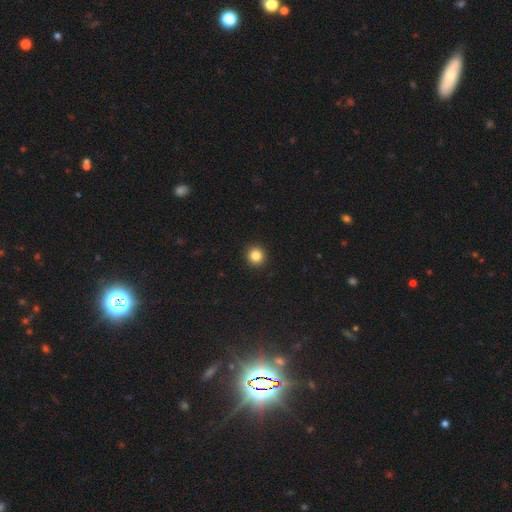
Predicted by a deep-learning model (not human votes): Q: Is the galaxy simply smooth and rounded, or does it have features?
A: smooth — 85%.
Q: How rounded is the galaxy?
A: round — 94%.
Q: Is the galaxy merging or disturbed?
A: none — 94%.